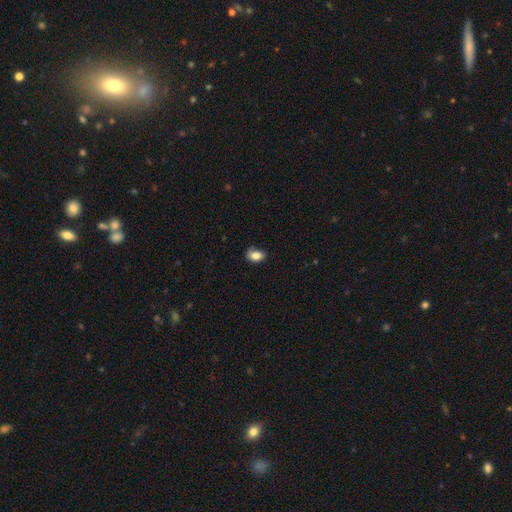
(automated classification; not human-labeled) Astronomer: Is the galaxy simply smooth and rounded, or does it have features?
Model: smooth — 85%.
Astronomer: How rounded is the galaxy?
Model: in between — 83%.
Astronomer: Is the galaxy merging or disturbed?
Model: none — 67%.